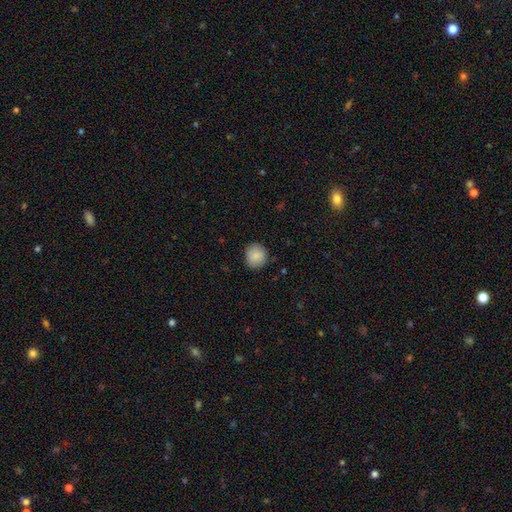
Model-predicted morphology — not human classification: smooth-or-featured: smooth: 85% | star or artifact: 8% | featured or disk: 7%
  how-rounded: round: 89% | in between: 10% | cigar-shaped: 1%
  merging: none: 84% | minor disturbance: 13% | major disturbance: 2% | merger: 1%